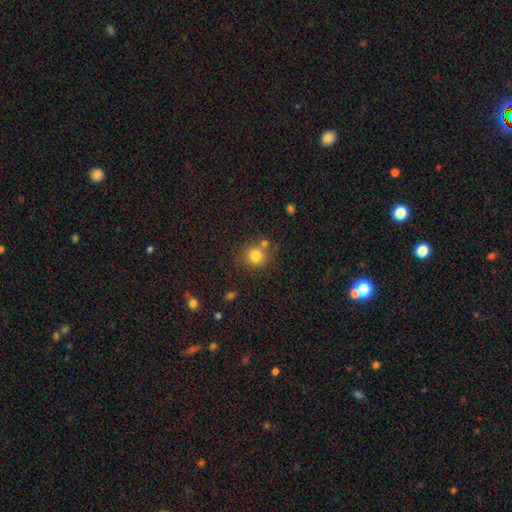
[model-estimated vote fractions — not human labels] A smooth galaxy with no disk features (80%) that is round (89%). Merging: none (68%).